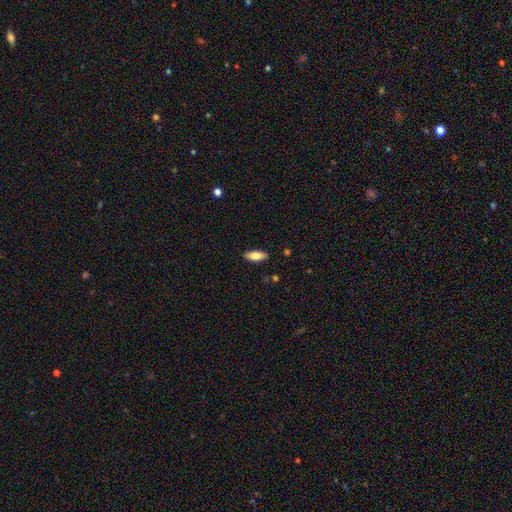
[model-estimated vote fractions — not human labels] Morphology: type=smooth (80%); roundness=in between (74%); merging=none (88%).